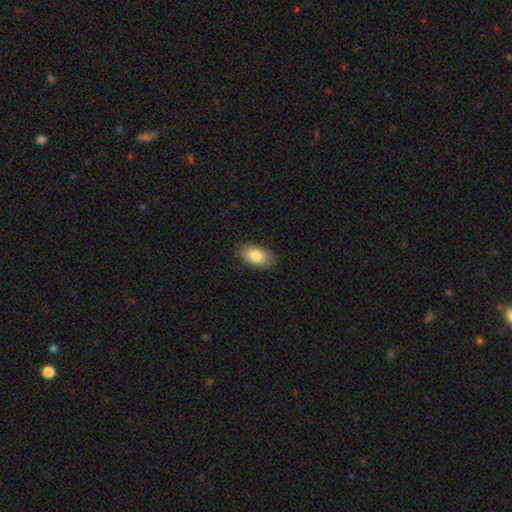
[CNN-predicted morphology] Smooth or featured? Predicted: smooth (p=0.85). How rounded? Predicted: in between (p=0.94). Merging? Predicted: none (p=0.87).